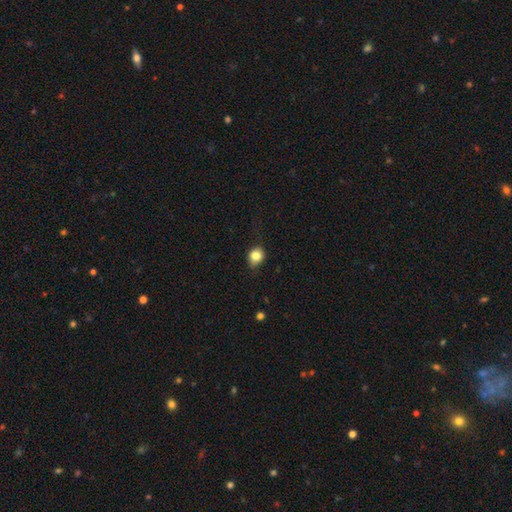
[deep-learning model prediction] A smooth galaxy with no disk features (83%) that is round (58%).

Vote fractions:
- Smooth or featured? smooth: 83% / star or artifact: 10% / featured or disk: 7%
- How rounded? round: 58% / in between: 41% / cigar-shaped: 1%
- Merging? none: 73% / minor disturbance: 21% / major disturbance: 5% / merger: 1%